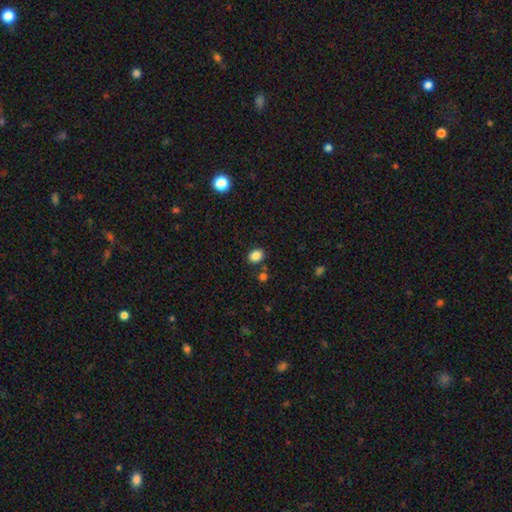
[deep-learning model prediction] The model was most divided on "how rounded": in between: 55%, round: 44%, cigar-shaped: 1%. More confident: smooth or featured — smooth (85%); merging — none (82%).